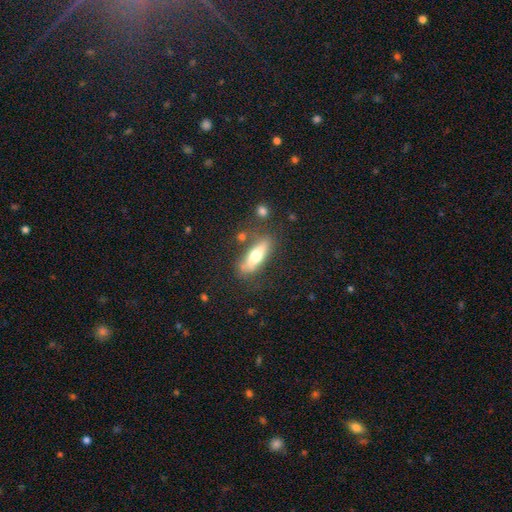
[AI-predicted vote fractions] A smooth galaxy with no disk features (56%) that is cigar-shaped (55%). Merging: none (74%).